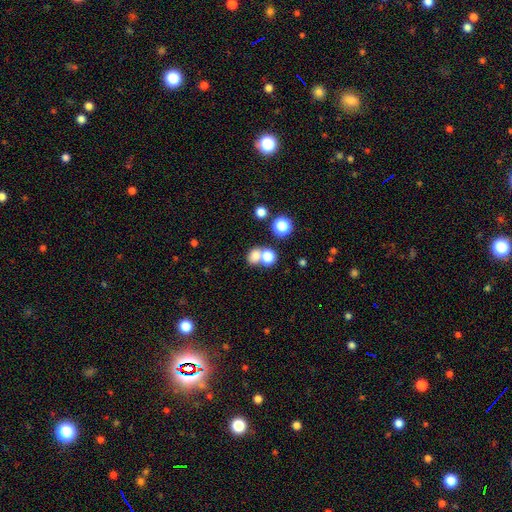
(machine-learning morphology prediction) A smooth galaxy with no disk features (74%) that is round (58%). Merging: merger (45%).